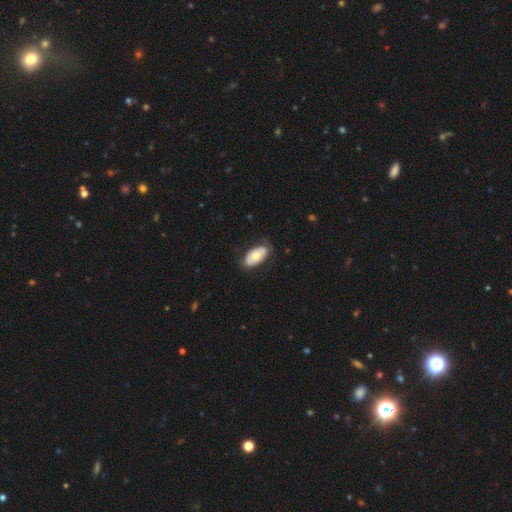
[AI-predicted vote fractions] Overall: smooth (61%; featured or disk 33%). How rounded: in between (94%). Merging: none (79%).